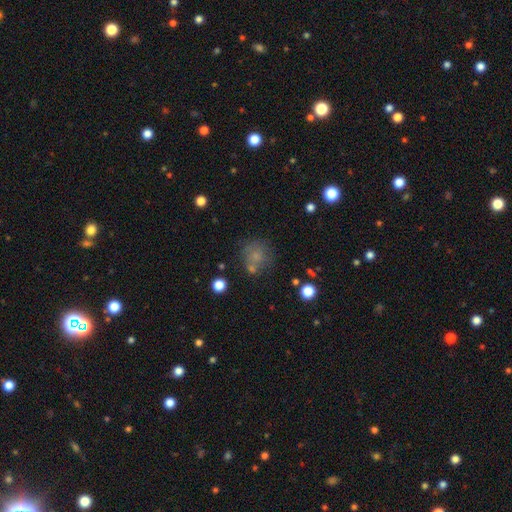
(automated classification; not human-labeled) A smooth galaxy with no disk features (65%) that is round (82%). Merging: none (55%).